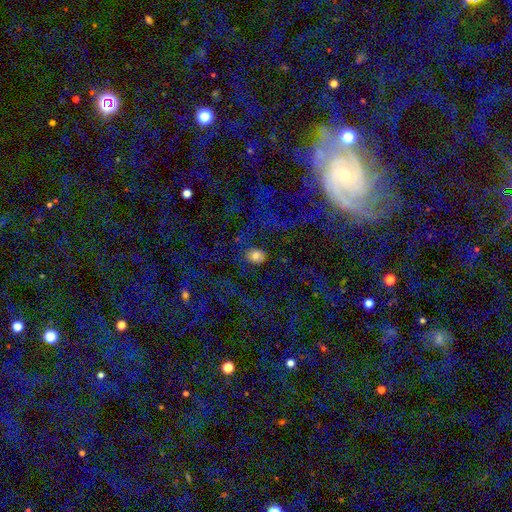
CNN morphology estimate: This appears to be a smooth galaxy with no disk features (74%) that is round (62%). Merging: none (79%).